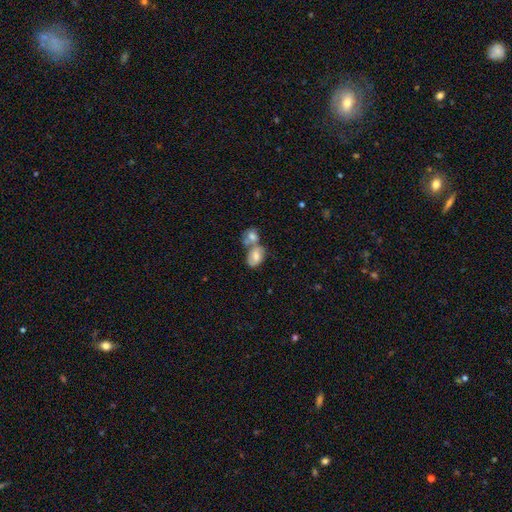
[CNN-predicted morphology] smooth 53%, featured or disk 38%, star or artifact 9%. Down the decision tree: how rounded — in between (78%); merging — merger (62%).